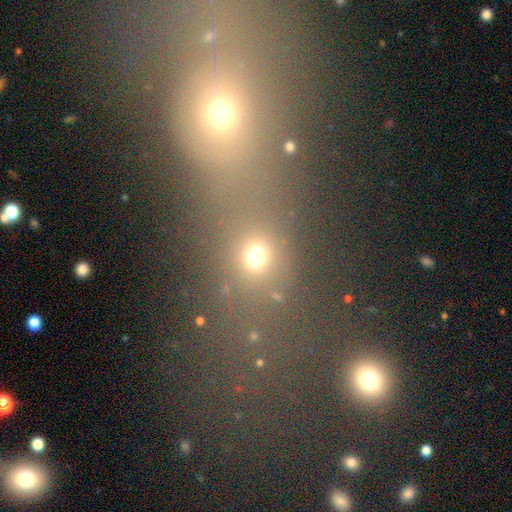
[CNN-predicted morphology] Overall: smooth (65%; star or artifact 26%). How rounded: round (73%). Merging: none (67%).